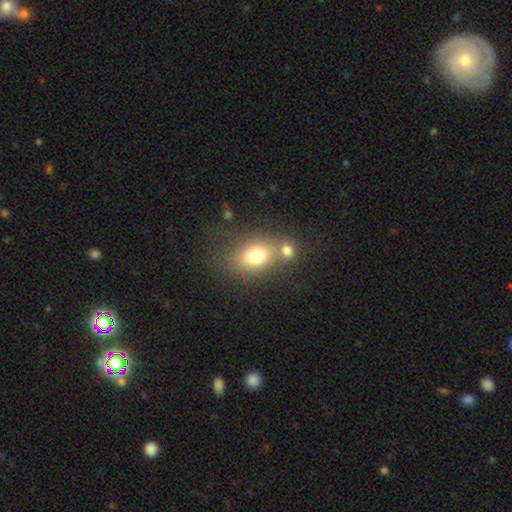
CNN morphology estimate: Overall: smooth (74%). How rounded: in between (68%; round 30%). Merging: none (45%; merger 38%).